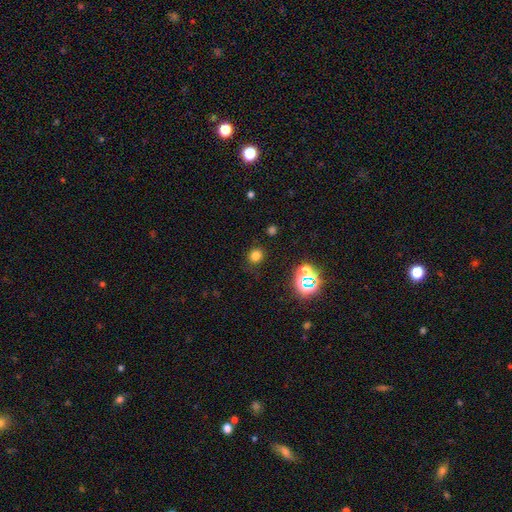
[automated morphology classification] type=smooth (74%); roundness=round (81%); merging=none (85%).